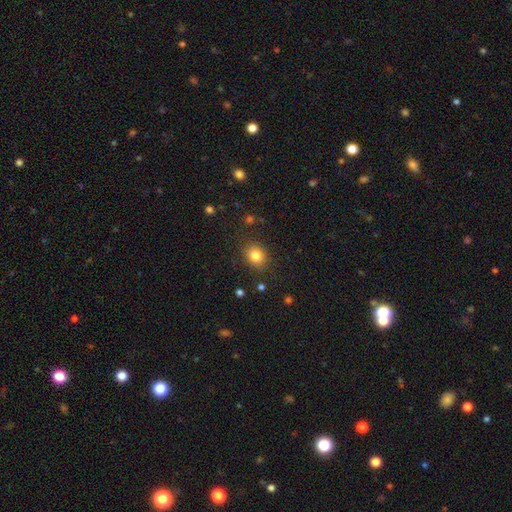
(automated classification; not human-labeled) smooth 81%, star or artifact 12%, featured or disk 7%. Down the decision tree: how rounded — round (64%); merging — none (86%).